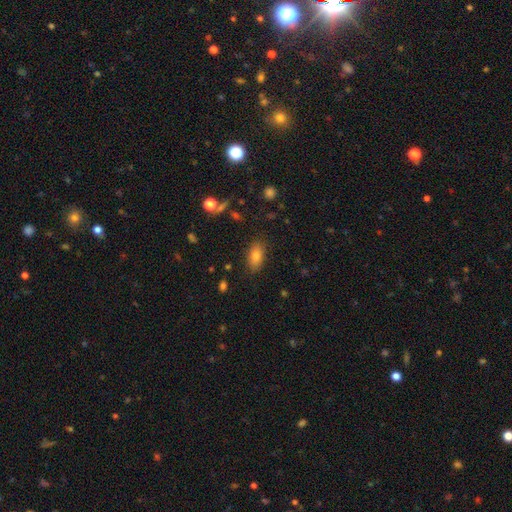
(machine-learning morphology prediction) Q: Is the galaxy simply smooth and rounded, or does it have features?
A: smooth — 78%.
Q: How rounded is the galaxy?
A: in between — 87%.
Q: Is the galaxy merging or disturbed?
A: none — 85%.